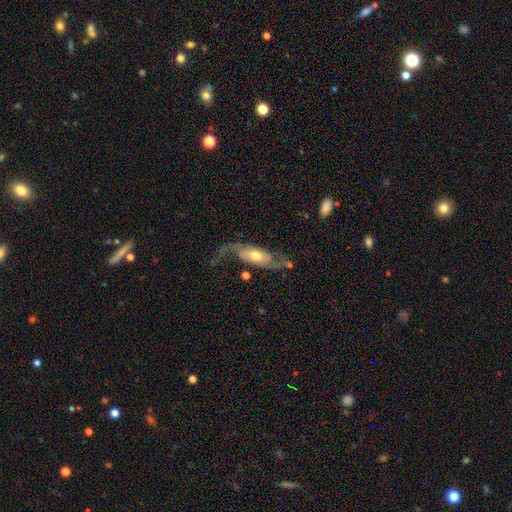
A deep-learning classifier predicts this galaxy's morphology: A featured or disk galaxy (80%) with no bar (60%), 2 (90%) loose (61%) spiral arms (93%) and a moderate central bulge (63%). Merging: none (62%).